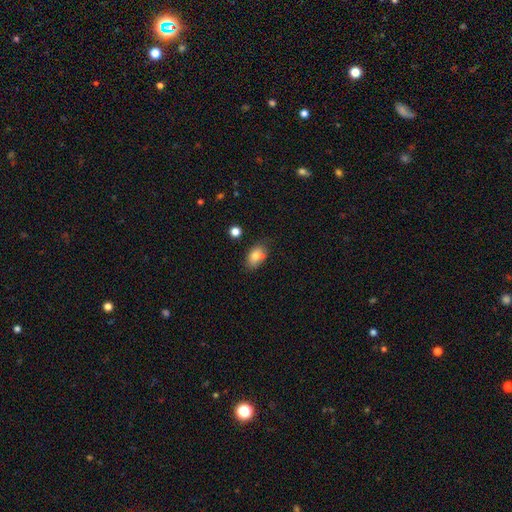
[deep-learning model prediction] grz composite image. It shows a smooth galaxy with no disk features (79%) that is in between round and cigar-shaped (85%). Merging: none (67%).